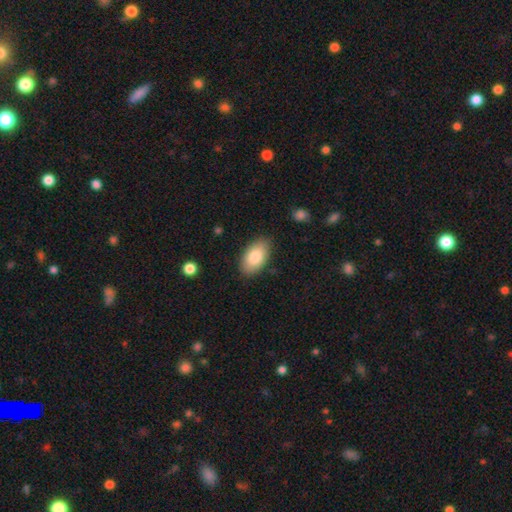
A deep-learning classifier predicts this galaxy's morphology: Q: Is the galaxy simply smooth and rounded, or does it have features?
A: smooth — 84%.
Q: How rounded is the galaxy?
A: in between — 95%.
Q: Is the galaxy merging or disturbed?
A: none — 83%.